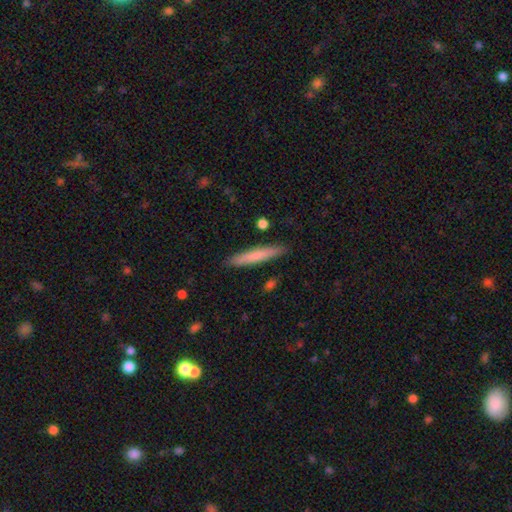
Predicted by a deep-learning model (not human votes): Overall: smooth (70%). How rounded: cigar-shaped (94%). Merging: none (89%).